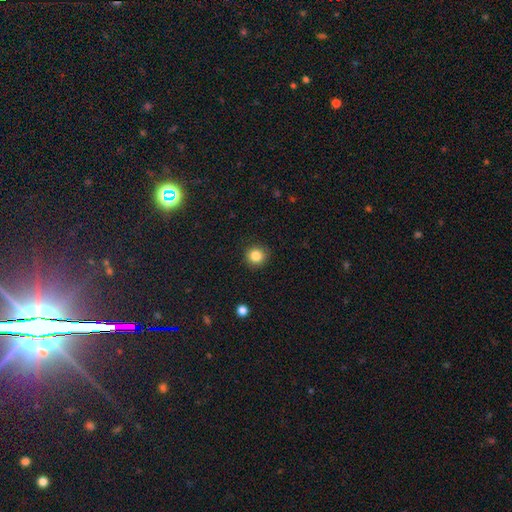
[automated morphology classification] A smooth galaxy with no disk features (84%) that is round (93%).

Vote fractions:
- Smooth or featured? smooth: 84% / star or artifact: 11% / featured or disk: 5%
- How rounded? round: 93% / in between: 6% / cigar-shaped: 1%
- Merging? none: 91% / minor disturbance: 6% / major disturbance: 2% / merger: 1%